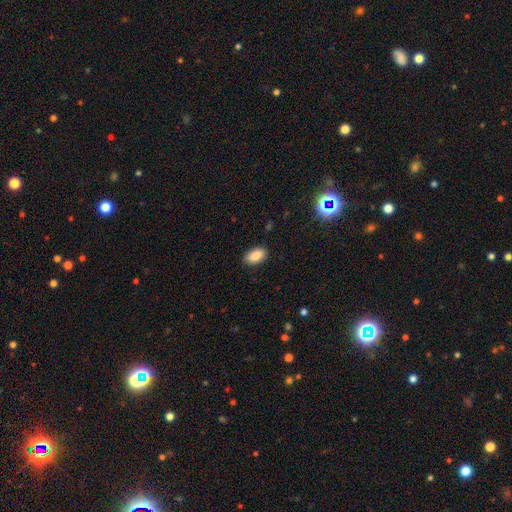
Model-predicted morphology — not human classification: A smooth galaxy with no disk features (86%) that is in between round and cigar-shaped (92%).

Vote fractions:
- Smooth or featured? smooth: 86% / star or artifact: 8% / featured or disk: 6%
- How rounded? in between: 92% / round: 6% / cigar-shaped: 2%
- Merging? none: 89% / minor disturbance: 8% / major disturbance: 2% / merger: 1%